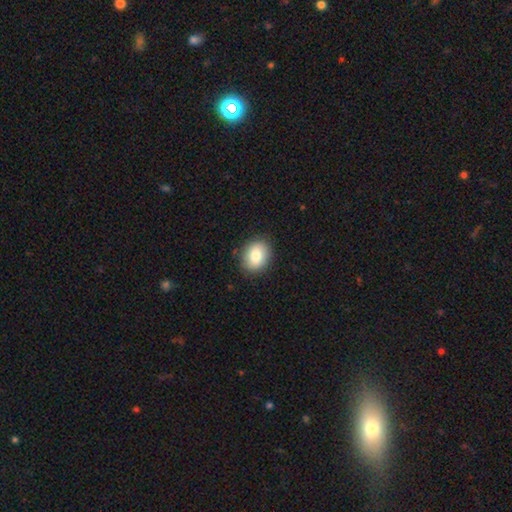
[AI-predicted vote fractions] The model was most divided on "how rounded": in between: 53%, round: 46%, cigar-shaped: 1%. More confident: merging — none (87%); smooth or featured — smooth (82%).